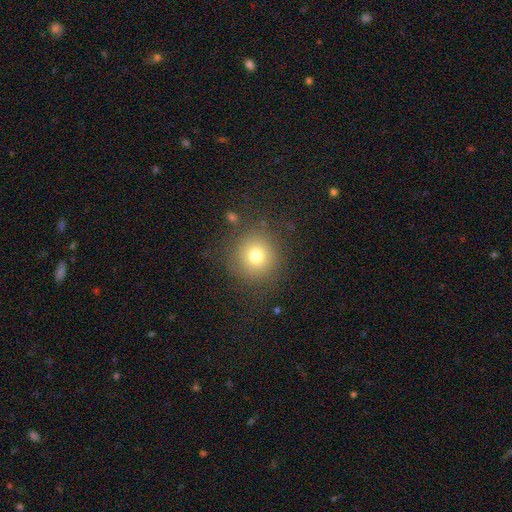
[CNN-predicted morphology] type=smooth (76%); roundness=round (93%); merging=none (84%).